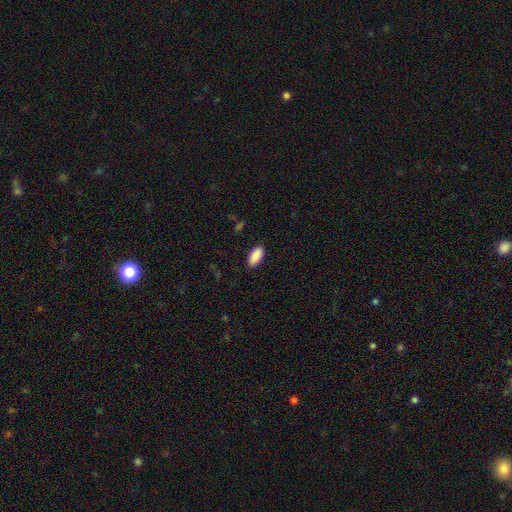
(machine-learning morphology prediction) Smooth or featured: smooth — 90% (star or artifact — 6%)
How rounded: in between — 91% (cigar-shaped — 7%)
Merging: none — 88% (minor disturbance — 9%)